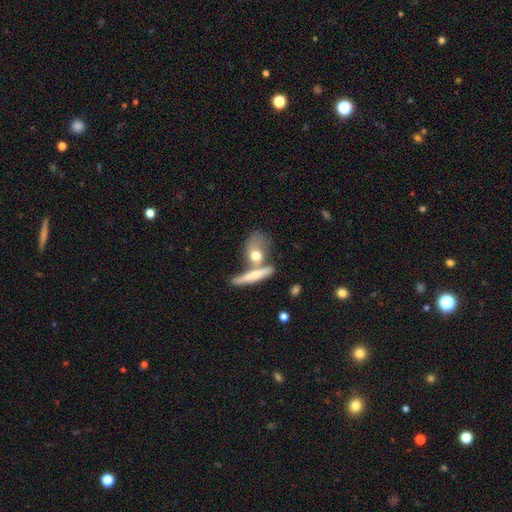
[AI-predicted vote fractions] Morphology: type=smooth (61%); roundness=in between (43%); merging=merger (44%).